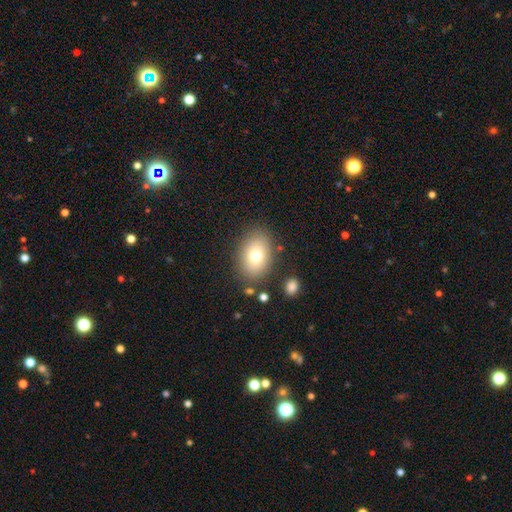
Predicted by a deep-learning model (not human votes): smooth 75%, featured or disk 15%, star or artifact 10%. Down the decision tree: how rounded — in between (76%); merging — none (82%).